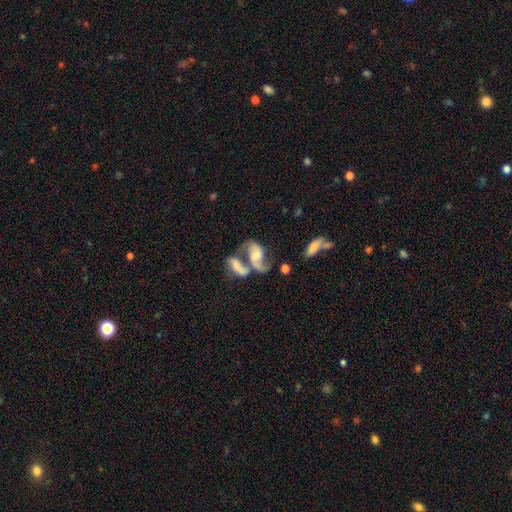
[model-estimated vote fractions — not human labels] Smooth or featured? featured or disk (73%)
Edge-on disk? no (95%)
Bar? no (50%)
Spiral arms? yes (88%)
Spiral winding? loose (56%)
Spiral arm count? 2 (81%)
Bulge size? moderate (35%)
Merging? merger (58%)